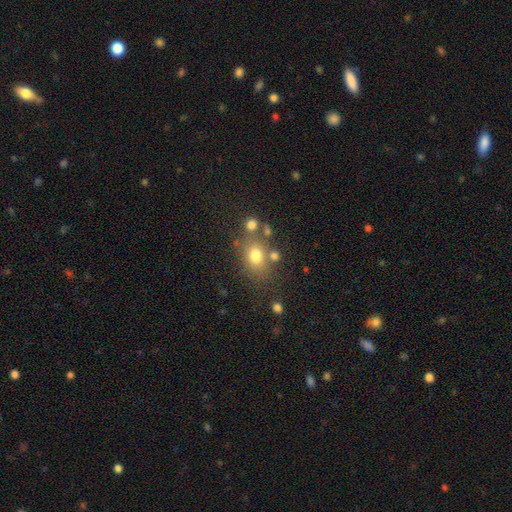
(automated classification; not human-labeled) Q: Smooth or featured?
A: smooth (74%); runner-up: star or artifact (14%)
Q: How rounded?
A: in between (56%); runner-up: round (43%)
Q: Merging?
A: none (65%); runner-up: minor disturbance (15%)